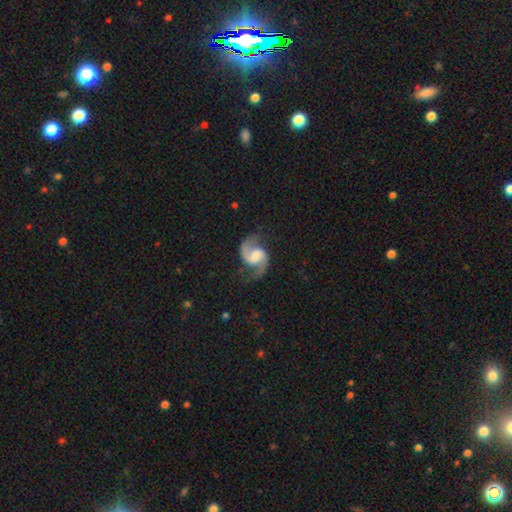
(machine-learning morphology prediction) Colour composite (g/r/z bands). It shows a featured or disk galaxy (92%) with a weak bar (50%), 2 (94%) medium (54%) spiral arms (98%) and a moderate central bulge (35%). Merging: none (77%).